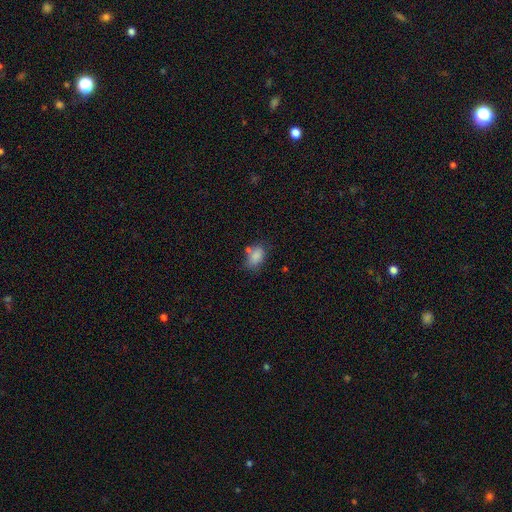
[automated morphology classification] smooth 85%, star or artifact 9%, featured or disk 6%. Down the decision tree: how rounded — in between (85%); merging — none (57%).